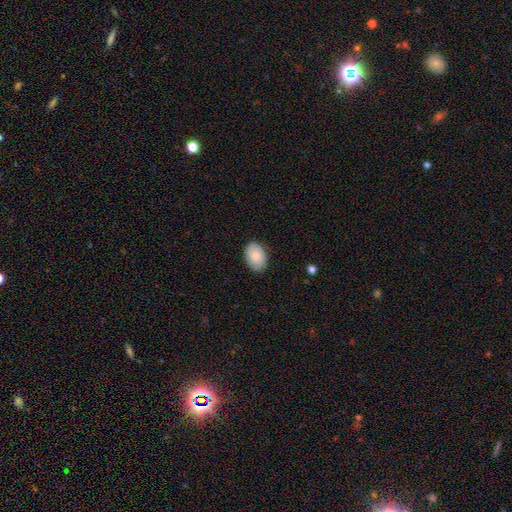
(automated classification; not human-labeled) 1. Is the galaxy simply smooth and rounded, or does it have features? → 83% smooth, 11% featured or disk, 6% star or artifact.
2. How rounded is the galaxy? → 86% in between, 13% round, 1% cigar-shaped.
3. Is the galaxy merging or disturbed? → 87% none, 10% minor disturbance, 2% major disturbance, 1% merger.